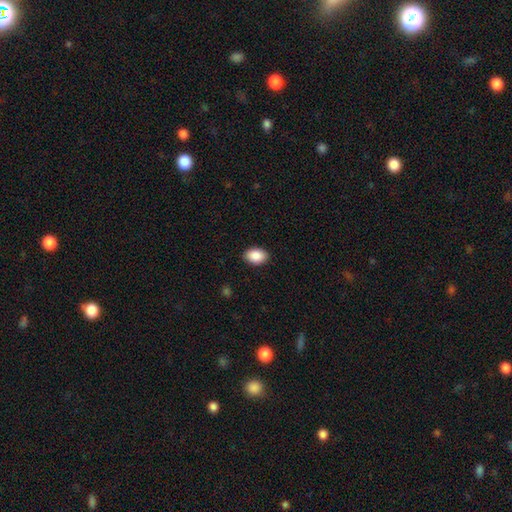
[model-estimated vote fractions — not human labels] smooth-or-featured: smooth: 90% | star or artifact: 7% | featured or disk: 3%
  how-rounded: in between: 86% | round: 12% | cigar-shaped: 1%
  merging: none: 90% | minor disturbance: 7% | major disturbance: 2% | merger: 1%